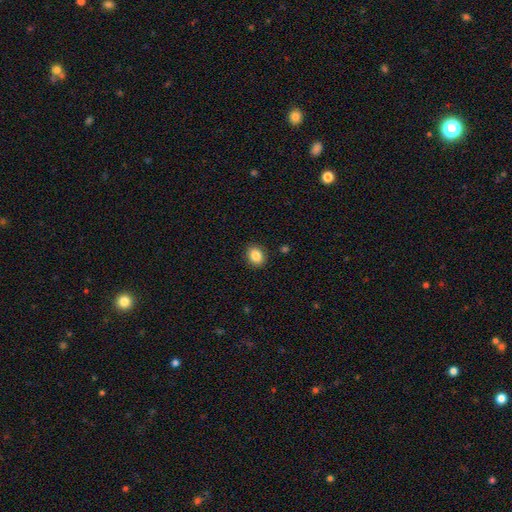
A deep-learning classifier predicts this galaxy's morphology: type=smooth (86%); roundness=in between (54%); merging=none (89%).